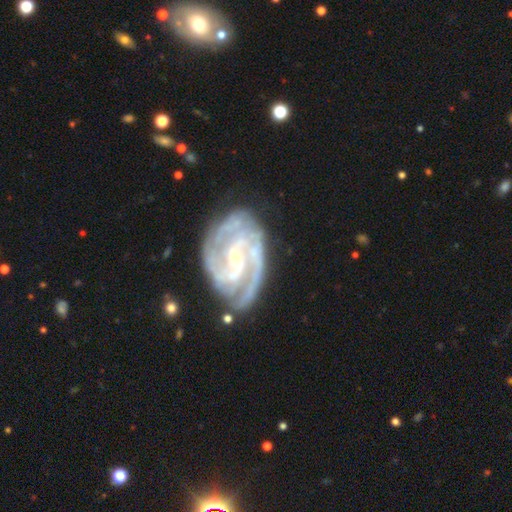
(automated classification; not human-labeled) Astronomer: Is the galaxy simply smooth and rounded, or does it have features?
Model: featured or disk — 90%.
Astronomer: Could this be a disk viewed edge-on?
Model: no — 97%.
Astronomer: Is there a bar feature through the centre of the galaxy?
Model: weak — 42% (runner-up: no, 37%).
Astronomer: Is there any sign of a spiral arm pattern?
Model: yes — 96%.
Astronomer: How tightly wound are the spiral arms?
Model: tight — 46% (runner-up: medium, 44%).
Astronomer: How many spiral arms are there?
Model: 2 — 43% (runner-up: 3, 22%).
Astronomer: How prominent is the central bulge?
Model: small — 75%.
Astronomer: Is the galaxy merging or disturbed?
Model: none — 66%.